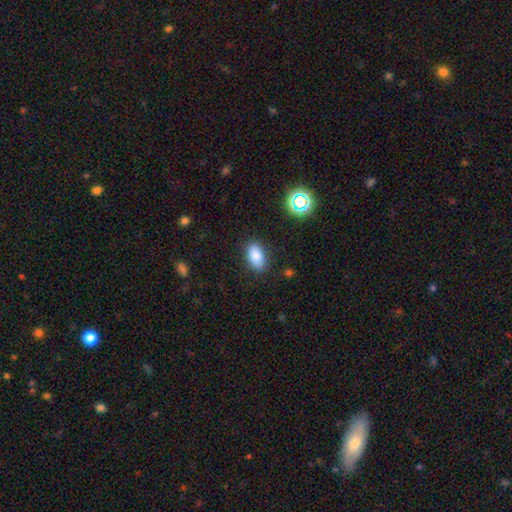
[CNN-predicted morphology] This is clearly a smooth galaxy (84%). How rounded: clearly in between (91%). Merging: clearly none (85%).